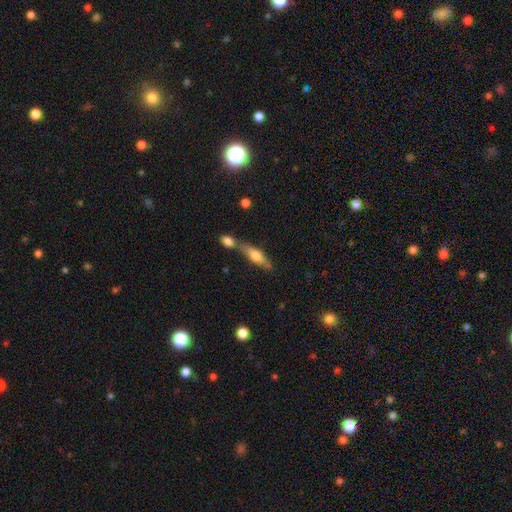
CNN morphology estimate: This is possibly a smooth galaxy (55%). How rounded: possibly cigar-shaped (52%). Merging: marginally none (44%).